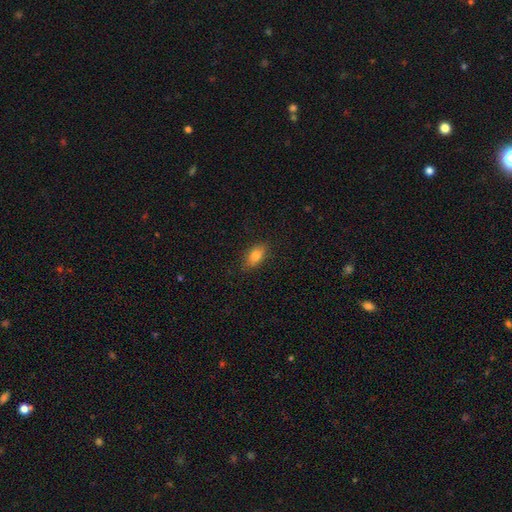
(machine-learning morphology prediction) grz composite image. It shows a smooth galaxy with no disk features (78%) that is in between round and cigar-shaped (84%). Merging: none (83%).